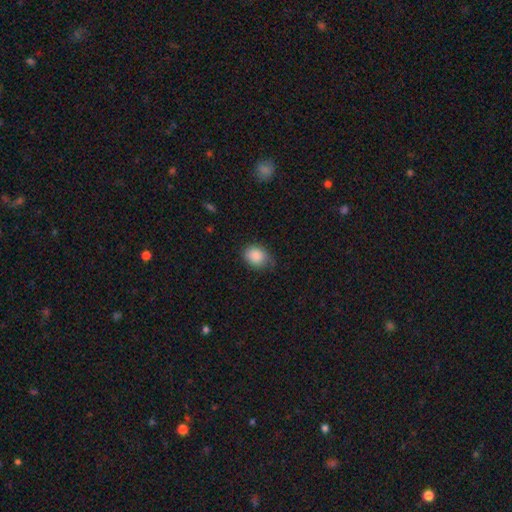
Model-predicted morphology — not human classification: This is clearly a smooth galaxy (88%). How rounded: possibly round (50%). Merging: likely none (68%).